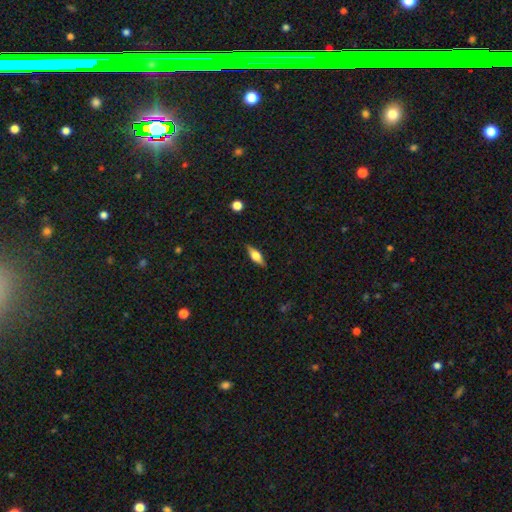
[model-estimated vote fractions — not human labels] A smooth galaxy with no disk features (48%).

Vote fractions:
- Smooth or featured? smooth: 48% / featured or disk: 44% / star or artifact: 7%
- Merging? none: 86% / minor disturbance: 11% / major disturbance: 2% / merger: 1%